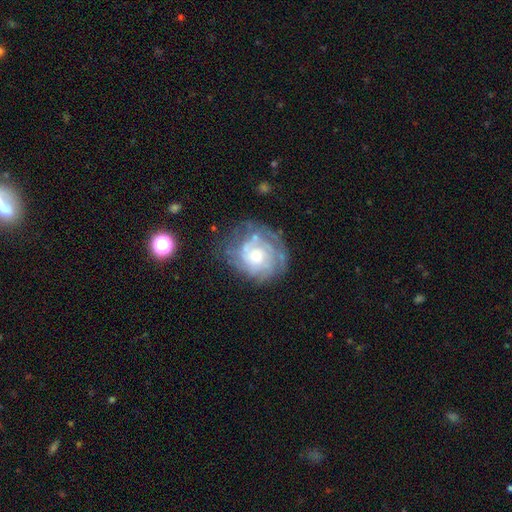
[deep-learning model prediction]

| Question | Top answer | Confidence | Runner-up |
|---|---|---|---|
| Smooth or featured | featured or disk | 73% | smooth (19%) |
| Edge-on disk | no | 97% | yes (3%) |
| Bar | no | 80% | weak (18%) |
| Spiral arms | yes | 80% | no (20%) |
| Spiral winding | tight | 66% | medium (25%) |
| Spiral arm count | can't tell | 53% | 2 (15%) |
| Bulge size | moderate | 53% | small (33%) |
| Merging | none | 64% | minor disturbance (21%) |